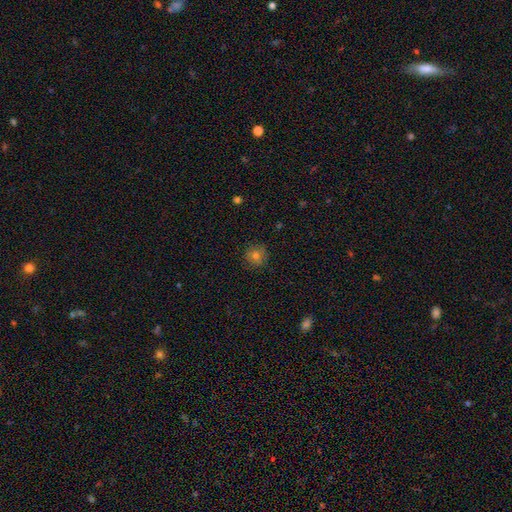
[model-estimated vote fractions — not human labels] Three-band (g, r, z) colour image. It shows a smooth galaxy with no disk features (75%) that is round (93%). Merging: none (87%).